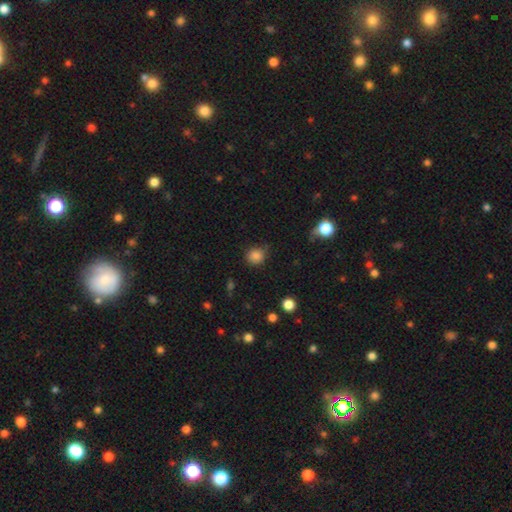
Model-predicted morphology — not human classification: smooth-or-featured: smooth: 84% | star or artifact: 12% | featured or disk: 5%
  how-rounded: round: 83% | in between: 16% | cigar-shaped: 1%
  merging: none: 76% | minor disturbance: 18% | major disturbance: 4% | merger: 2%